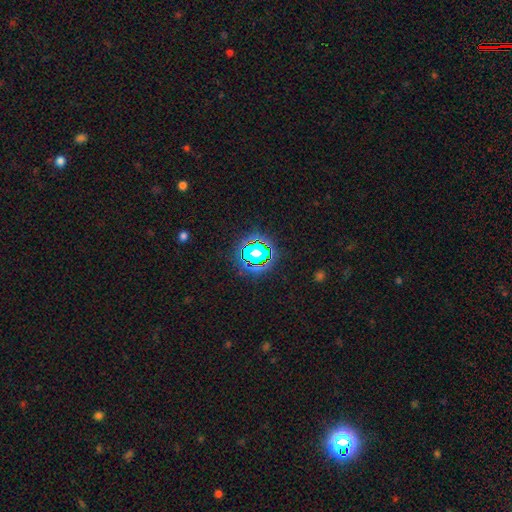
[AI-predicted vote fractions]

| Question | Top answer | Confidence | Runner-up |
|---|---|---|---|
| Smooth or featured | star or artifact | 68% | smooth (21%) |